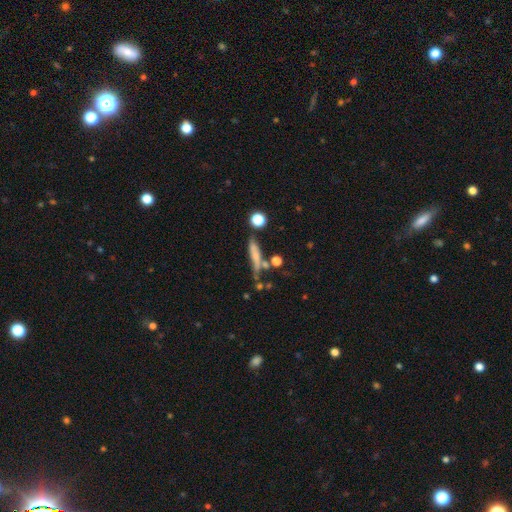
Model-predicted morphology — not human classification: A smooth galaxy with no disk features (60%) that is cigar-shaped (79%).

Vote fractions:
- Smooth or featured? smooth: 60% / featured or disk: 29% / star or artifact: 11%
- How rounded? cigar-shaped: 79% / in between: 15% / round: 5%
- Merging? none: 54% / minor disturbance: 21% / merger: 14% / major disturbance: 11%